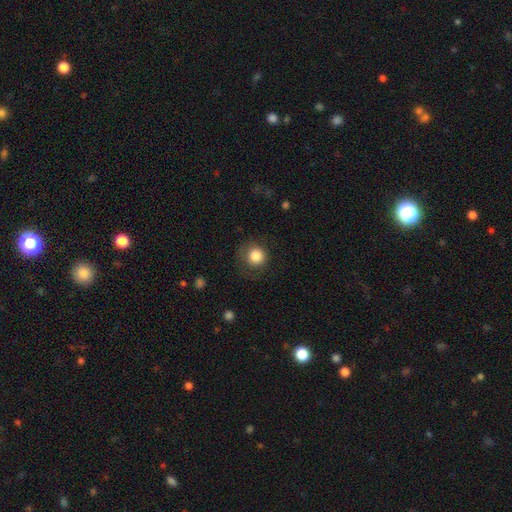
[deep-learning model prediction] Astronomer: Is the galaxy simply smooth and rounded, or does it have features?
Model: smooth — 83%.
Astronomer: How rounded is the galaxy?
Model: round — 92%.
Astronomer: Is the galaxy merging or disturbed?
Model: none — 74%.